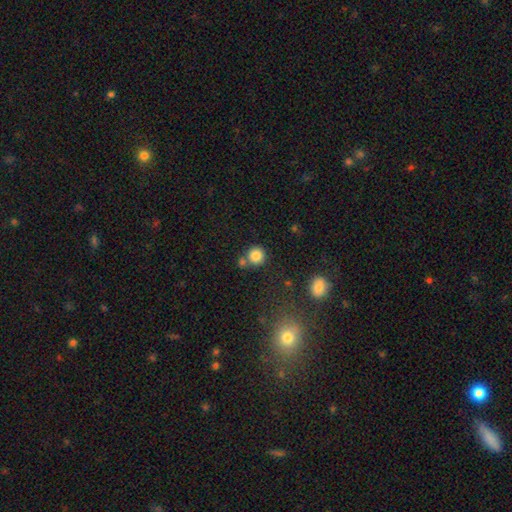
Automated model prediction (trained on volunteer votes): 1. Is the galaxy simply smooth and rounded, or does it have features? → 83% smooth, 11% star or artifact, 6% featured or disk.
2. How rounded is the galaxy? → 91% round, 8% in between, 1% cigar-shaped.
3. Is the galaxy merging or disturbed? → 67% none, 21% merger, 9% minor disturbance, 3% major disturbance.